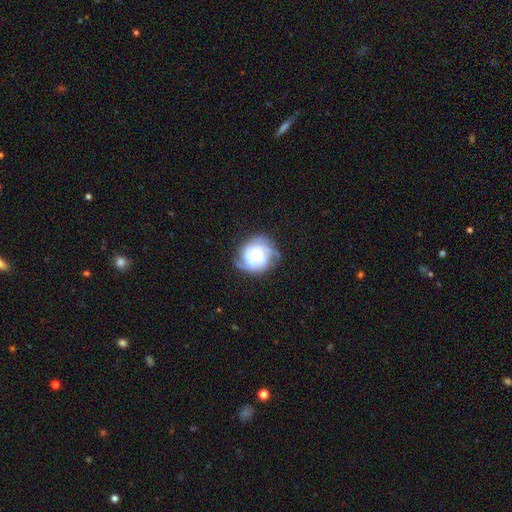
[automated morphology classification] The model was most divided on "spiral arm count": can't tell: 34%, 3: 26%, 2: 22%, 4: 9%, 1: 5%, more than 4: 4%. More confident: edge-on disk — no (97%); spiral arms — yes (85%); bar — no (76%); smooth or featured — featured or disk (74%); merging — none (60%); spiral winding — tight (59%); bulge size — moderate (59%).